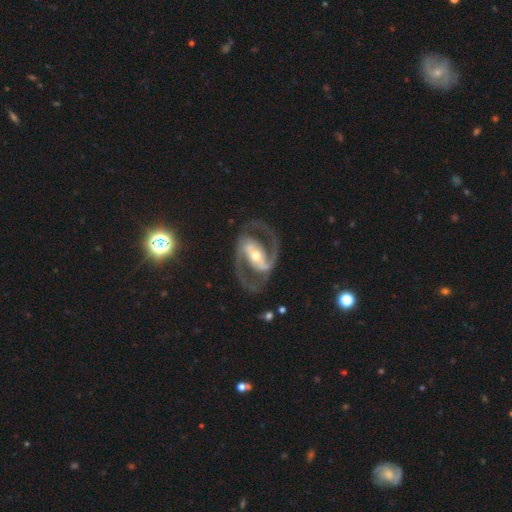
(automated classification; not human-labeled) A featured or disk galaxy (91%) with a strong bar (62%), 2 (93%) medium (62%) spiral arms (96%) and a moderate central bulge (62%).

Vote fractions:
- Smooth or featured? featured or disk: 91% / smooth: 4% / star or artifact: 4%
- Edge-on disk? no: 97% / yes: 3%
- Bar? strong: 62% / weak: 25% / no: 13%
- Spiral arms? yes: 96% / no: 4%
- Spiral winding? medium: 62% / tight: 22% / loose: 16%
- Spiral arm count? 2: 93% / can't tell: 2% / 3: 2% / 1: 1% / 4: 1% / more than 4: 1%
- Bulge size? moderate: 62% / small: 29% / large: 6% / dominant: 1% / none: 1%
- Merging? none: 79% / minor disturbance: 11% / major disturbance: 8% / merger: 2%